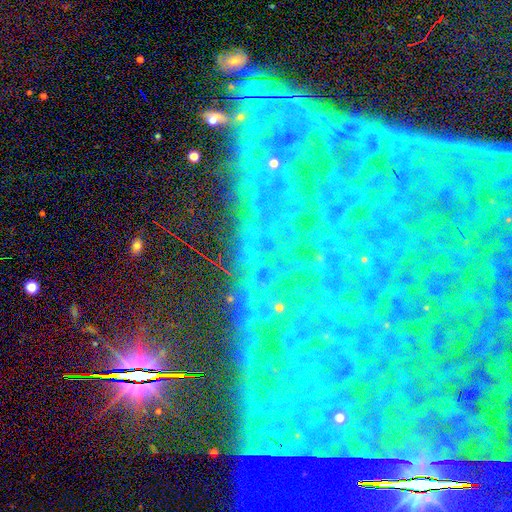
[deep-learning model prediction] Smooth or featured?
  - star or artifact: 84% *
  - featured or disk: 9%
  - smooth: 7%